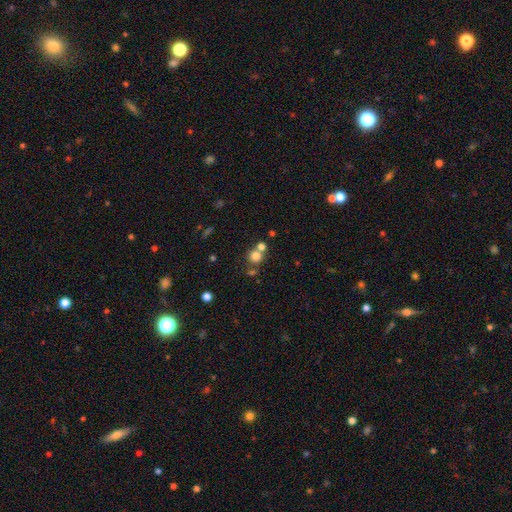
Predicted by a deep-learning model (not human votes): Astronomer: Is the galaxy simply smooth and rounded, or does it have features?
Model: smooth — 76%.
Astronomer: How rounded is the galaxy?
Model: round — 89%.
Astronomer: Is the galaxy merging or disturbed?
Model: none — 56% (runner-up: merger, 33%).